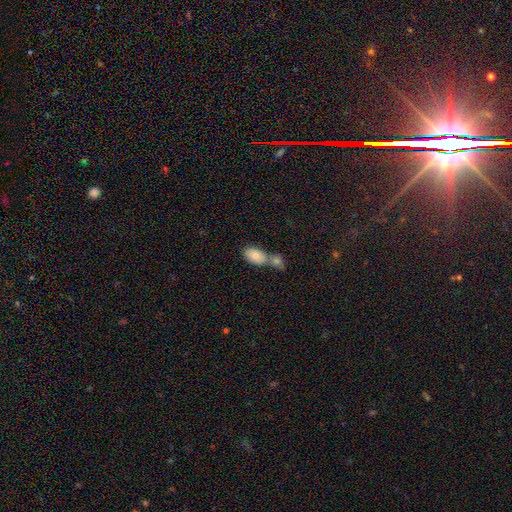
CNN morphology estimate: smooth 84%, featured or disk 9%, star or artifact 7%. Down the decision tree: how rounded — in between (91%); merging — merger (59%).